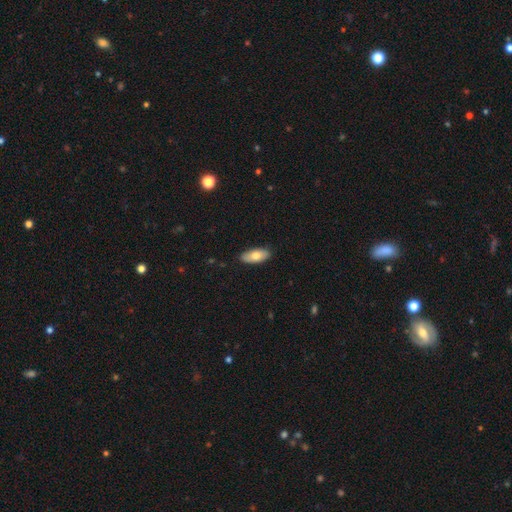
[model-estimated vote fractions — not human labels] The model was most divided on "smooth or featured": smooth: 74%, featured or disk: 20%, star or artifact: 6%. More confident: merging — none (88%); how rounded — in between (88%).